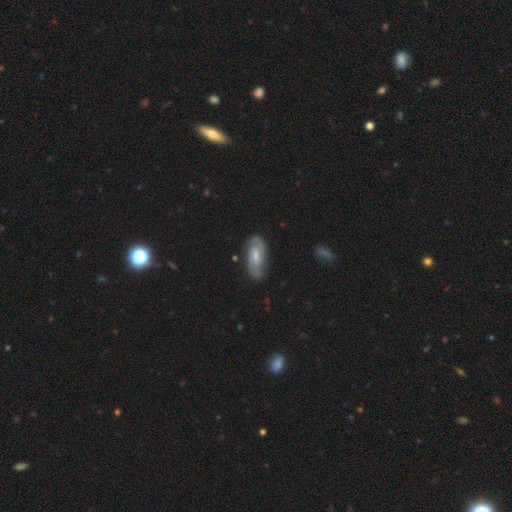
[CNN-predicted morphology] This appears to be a featured or disk galaxy (78%) with a weak bar (52%), 2 (86%) tight (44%, tied with medium) spiral arms (94%) and a small central bulge (50%). Merging: none (81%).